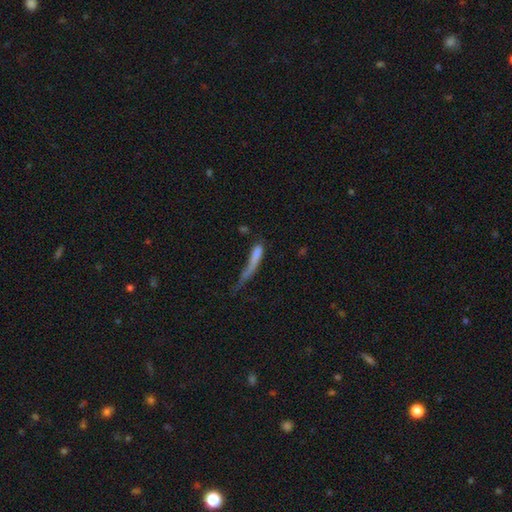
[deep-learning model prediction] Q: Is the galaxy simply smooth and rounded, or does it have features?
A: smooth — 66%.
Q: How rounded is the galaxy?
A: cigar-shaped — 77%.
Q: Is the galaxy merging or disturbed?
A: major disturbance — 44%.